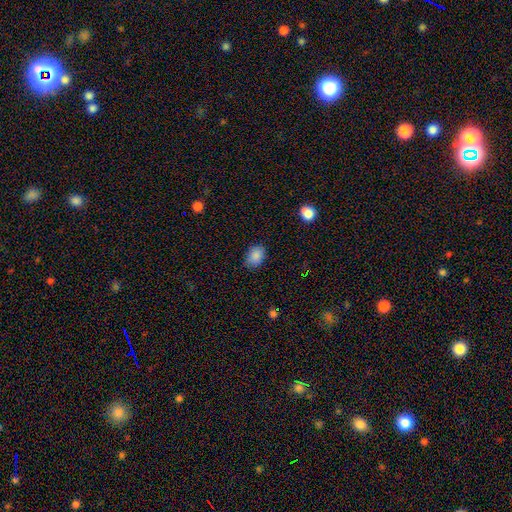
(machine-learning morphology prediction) Smooth or featured?
  - smooth: 87% *
  - star or artifact: 9%
  - featured or disk: 4%
How rounded?
  - in between: 72% *
  - round: 27%
  - cigar-shaped: 1%
Merging?
  - none: 78% *
  - minor disturbance: 18%
  - major disturbance: 3%
  - merger: 1%